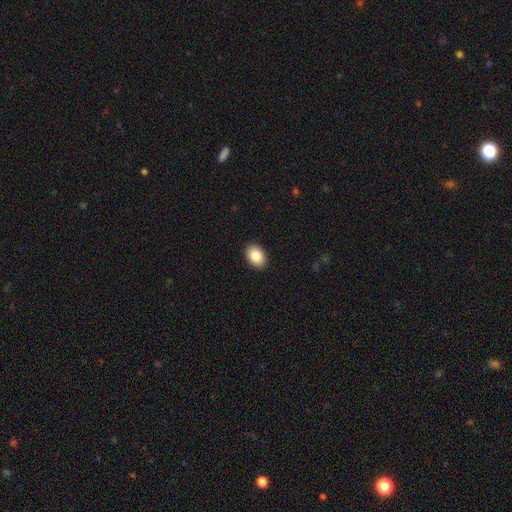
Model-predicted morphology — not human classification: smooth 86%, star or artifact 8%, featured or disk 7%. Down the decision tree: how rounded — in between (81%); merging — none (91%).